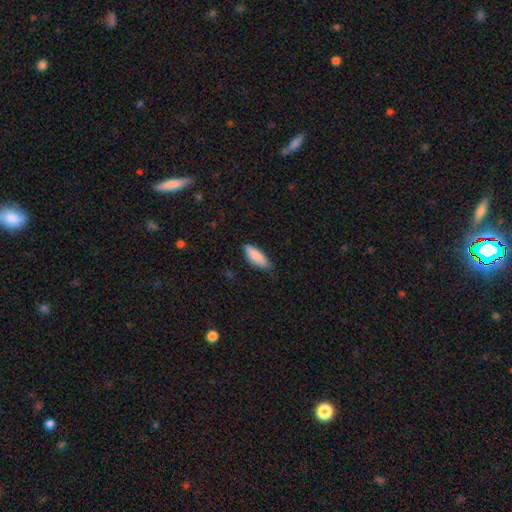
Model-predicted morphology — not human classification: This is clearly a smooth galaxy (86%). How rounded: likely in between (65%). Merging: likely none (72%).